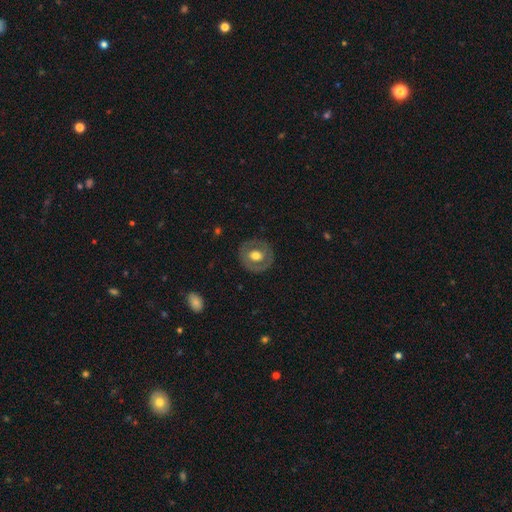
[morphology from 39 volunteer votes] Volunteers were most divided on "smooth or featured": smooth: 54%, featured or disk: 44%, star or artifact: 3%. More confident: how rounded — round (90%); merging — none (82%).